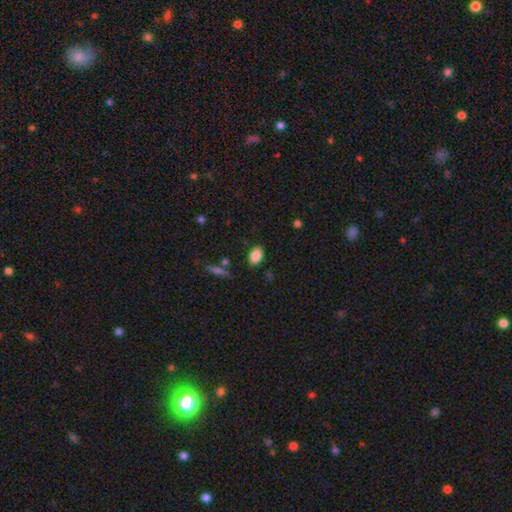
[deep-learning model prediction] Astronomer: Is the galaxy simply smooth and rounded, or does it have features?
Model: smooth — 86%.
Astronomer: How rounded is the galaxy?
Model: in between — 89%.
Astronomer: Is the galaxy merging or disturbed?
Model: none — 85%.